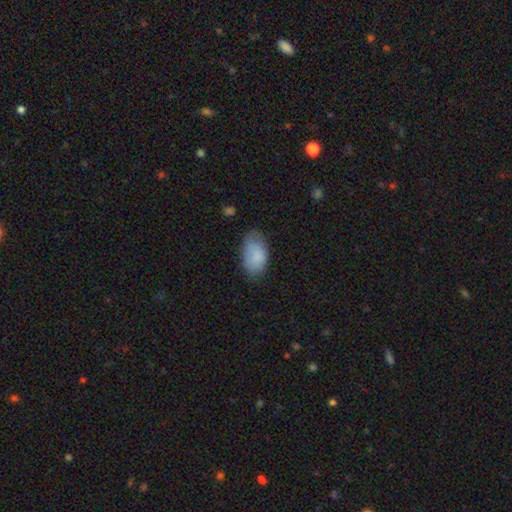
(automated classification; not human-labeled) smooth-or-featured: smooth: 84% | featured or disk: 9% | star or artifact: 7%
  how-rounded: in between: 92% | round: 7% | cigar-shaped: 1%
  merging: none: 62% | minor disturbance: 28% | major disturbance: 8% | merger: 2%